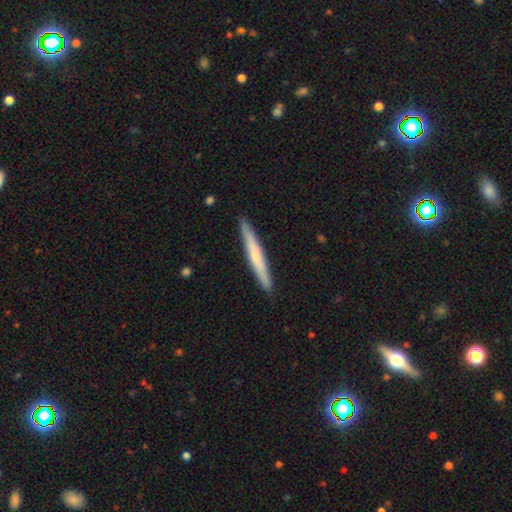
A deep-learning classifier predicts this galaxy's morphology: Overall: smooth (56%; featured or disk 38%). How rounded: cigar-shaped (96%). Merging: none (91%).